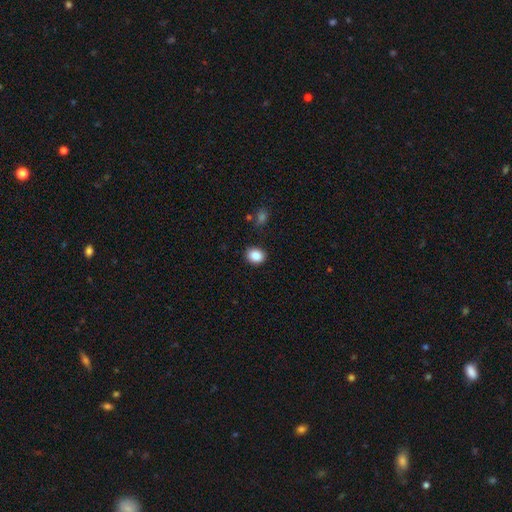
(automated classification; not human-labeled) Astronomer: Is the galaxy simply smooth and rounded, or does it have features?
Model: smooth — 88%.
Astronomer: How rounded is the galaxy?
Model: round — 52% (runner-up: in between, 47%).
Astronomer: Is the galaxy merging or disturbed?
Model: none — 87%.